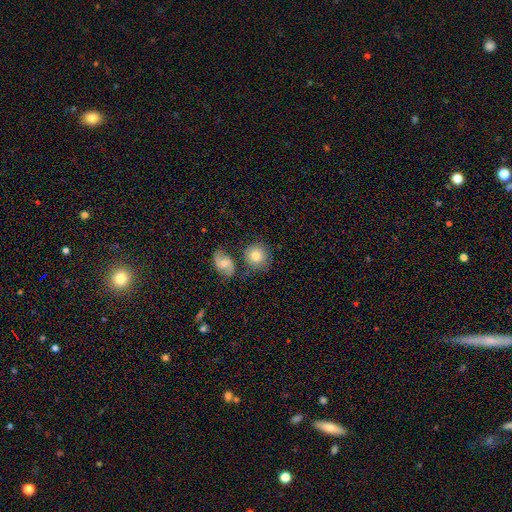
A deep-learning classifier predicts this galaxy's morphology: Overall: smooth (76%). How rounded: round (86%). Merging: none (72%).